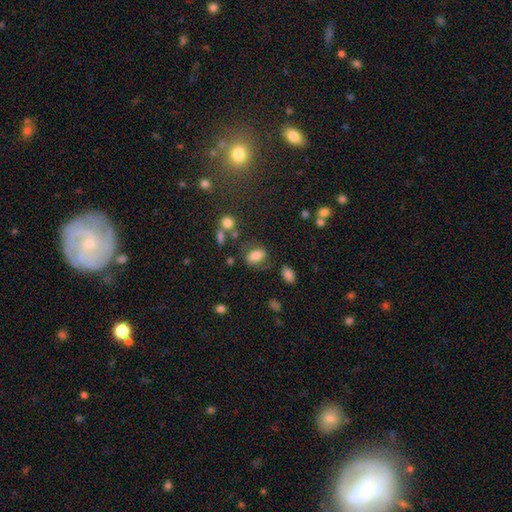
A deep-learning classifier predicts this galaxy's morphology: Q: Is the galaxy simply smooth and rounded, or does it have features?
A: smooth — 71%.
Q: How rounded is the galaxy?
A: in between — 81%.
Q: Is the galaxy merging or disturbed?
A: none — 60%.